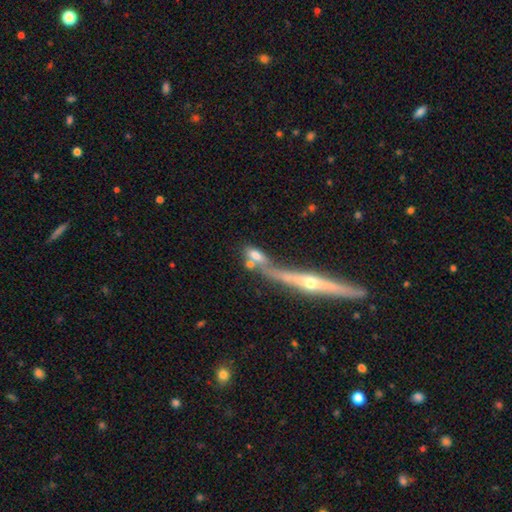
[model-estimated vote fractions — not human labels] The model was most divided on "merging": merger: 45%, none: 33%, minor disturbance: 11%, major disturbance: 10%. More confident: how rounded — in between (65%); smooth or featured — smooth (63%).